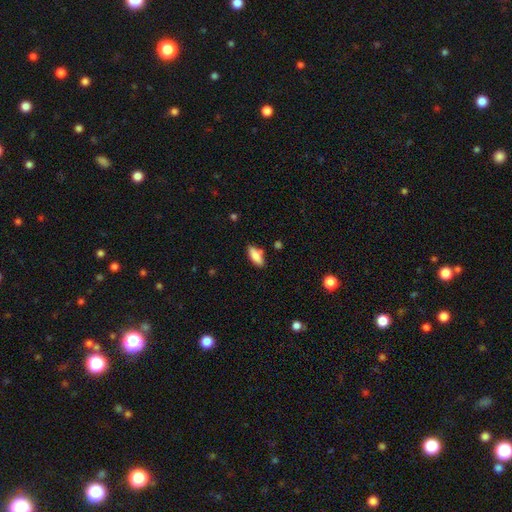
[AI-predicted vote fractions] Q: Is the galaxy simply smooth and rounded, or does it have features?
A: smooth — 79%.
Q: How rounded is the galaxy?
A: in between — 68%.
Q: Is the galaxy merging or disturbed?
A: none — 75%.